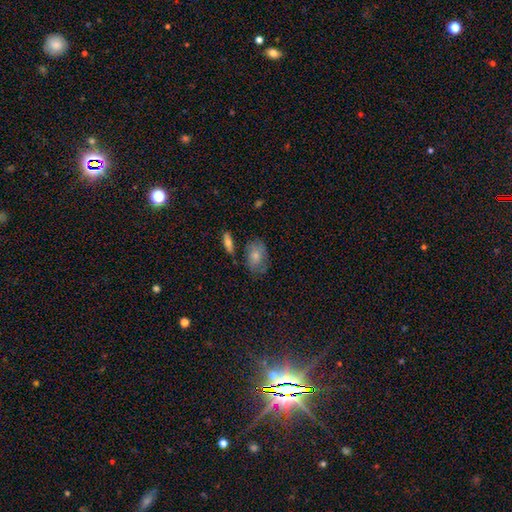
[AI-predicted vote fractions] Smooth or featured?
  - smooth: 72% *
  - featured or disk: 21%
  - star or artifact: 7%
How rounded?
  - in between: 84% *
  - round: 14%
  - cigar-shaped: 2%
Merging?
  - none: 62% *
  - minor disturbance: 24%
  - major disturbance: 8%
  - merger: 6%